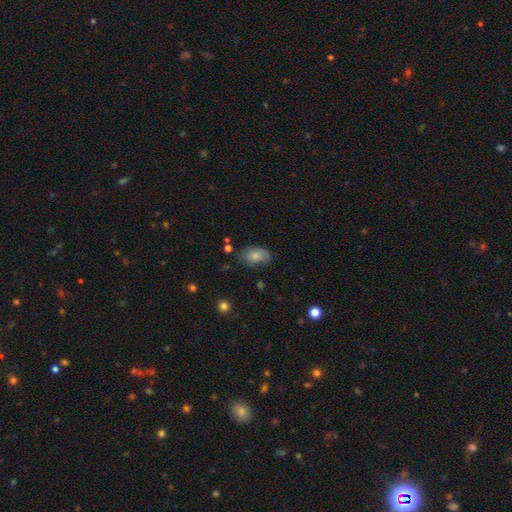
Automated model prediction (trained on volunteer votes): smooth-or-featured: smooth: 73% | featured or disk: 20% | star or artifact: 8%
  how-rounded: in between: 90% | round: 7% | cigar-shaped: 2%
  merging: none: 62% | minor disturbance: 27% | major disturbance: 8% | merger: 3%